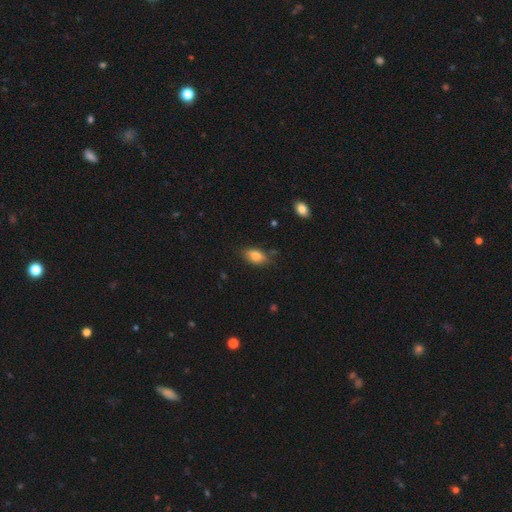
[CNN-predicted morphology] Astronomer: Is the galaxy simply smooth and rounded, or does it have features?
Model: smooth — 80%.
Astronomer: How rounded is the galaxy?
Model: in between — 88%.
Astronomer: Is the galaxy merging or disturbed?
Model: none — 73%.